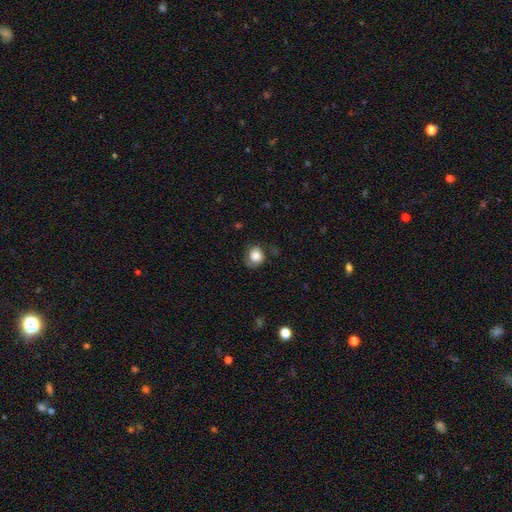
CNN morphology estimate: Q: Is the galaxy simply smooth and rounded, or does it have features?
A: smooth — 77%.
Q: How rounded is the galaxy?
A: round — 74%.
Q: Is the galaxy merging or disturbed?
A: none — 57%.